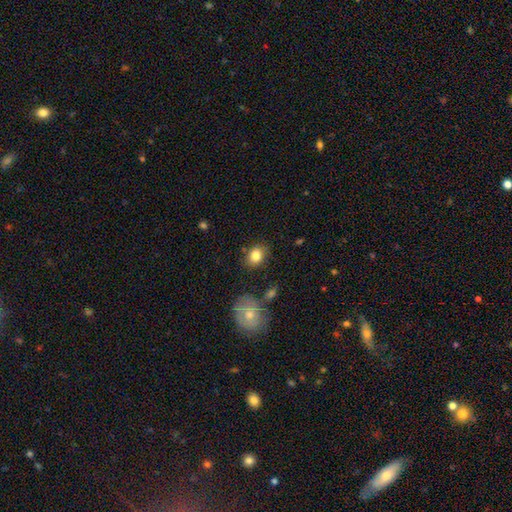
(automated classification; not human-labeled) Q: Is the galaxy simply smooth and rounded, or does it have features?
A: smooth — 83%.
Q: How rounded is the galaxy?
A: in between — 51%.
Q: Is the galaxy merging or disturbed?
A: none — 80%.